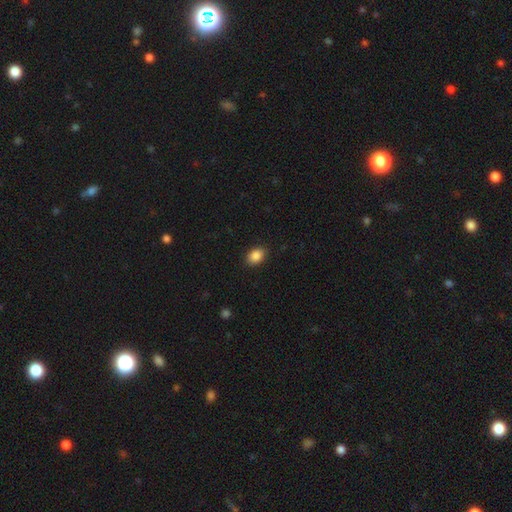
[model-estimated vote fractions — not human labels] Smooth or featured? Predicted: smooth (p=0.88). How rounded? Predicted: in between (p=0.74). Merging? Predicted: none (p=0.88).